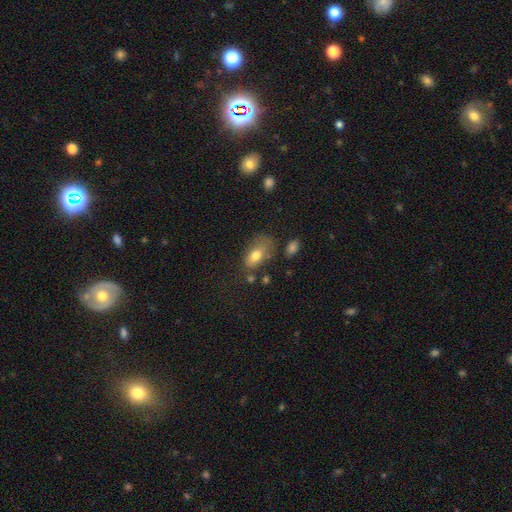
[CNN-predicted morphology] The model was most divided on "merging": none: 41%, minor disturbance: 31%, major disturbance: 20%, merger: 7%. More confident: how rounded — in between (89%); smooth or featured — smooth (75%).